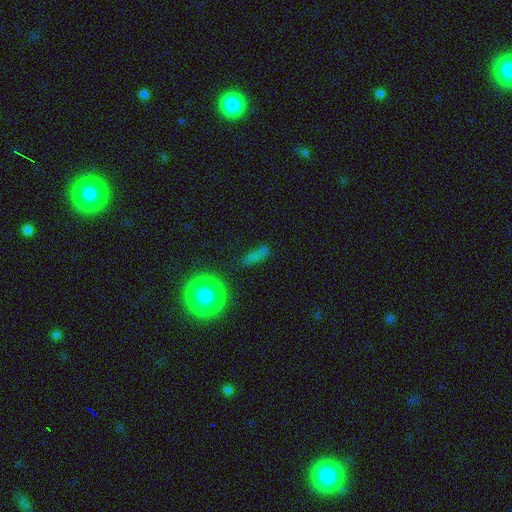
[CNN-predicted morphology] The model was most divided on "how rounded": cigar-shaped: 42%, in between: 39%, round: 19%. More confident: merging — none (72%); smooth or featured — smooth (61%).